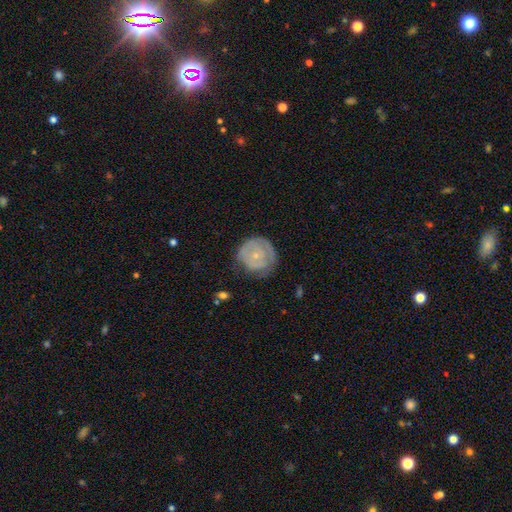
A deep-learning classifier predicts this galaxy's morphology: A featured or disk galaxy (50%).

Vote fractions:
- Smooth or featured? featured or disk: 50% / smooth: 43% / star or artifact: 7%
- Edge-on disk? no: 97% / yes: 3%
- Merging? none: 60% / minor disturbance: 27% / major disturbance: 12% / merger: 1%